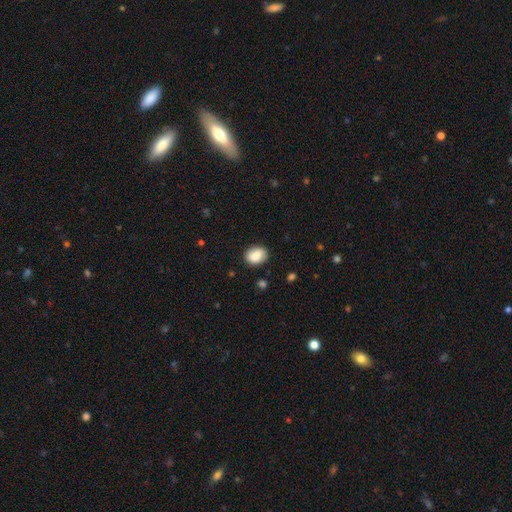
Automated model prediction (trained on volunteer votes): Smooth or featured?
  - smooth: 83% *
  - featured or disk: 9%
  - star or artifact: 8%
How rounded?
  - in between: 59% *
  - round: 40%
  - cigar-shaped: 1%
Merging?
  - none: 85% *
  - minor disturbance: 11%
  - major disturbance: 3%
  - merger: 1%